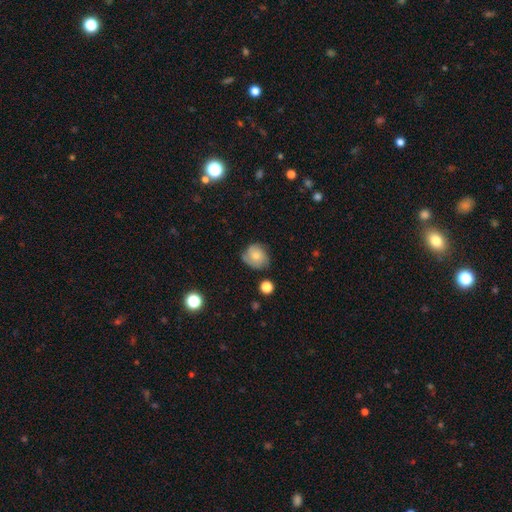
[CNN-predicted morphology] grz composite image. It shows a smooth galaxy with no disk features (58%) that is round (74%). Merging: none (62%).